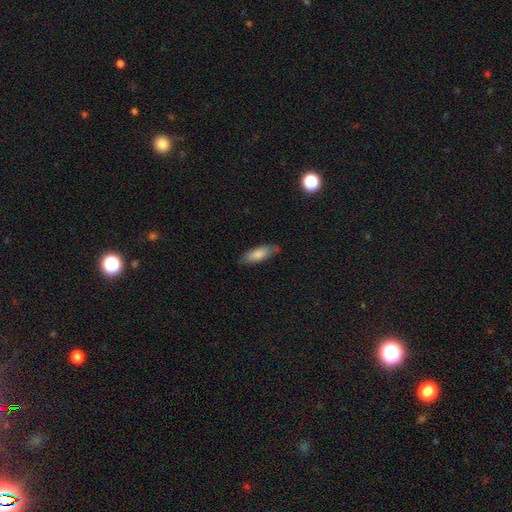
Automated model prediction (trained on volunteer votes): smooth_or_featured: smooth (p=0.71) [alt: featured or disk p=0.21]
how_rounded: in between (p=0.53) [alt: cigar-shaped p=0.45]
merging: none (p=0.78) [alt: minor disturbance p=0.17]